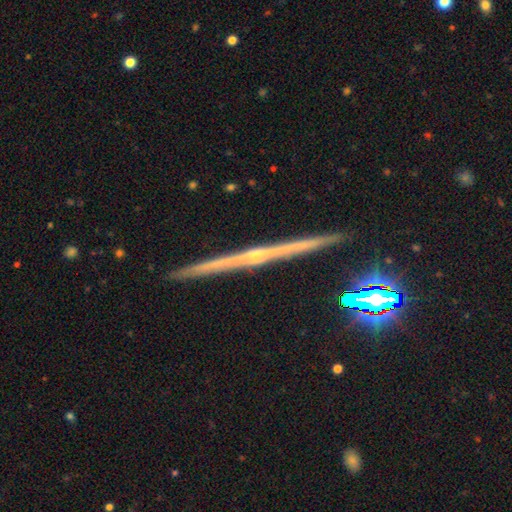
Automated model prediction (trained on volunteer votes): smooth_or_featured: featured or disk (p=0.80) [alt: smooth p=0.10]
disk_edge_on: yes (p=0.98) [alt: no p=0.02]
edge_on_bulge: rounded (p=0.62) [alt: none p=0.33]
merging: none (p=0.92) [alt: minor disturbance p=0.06]